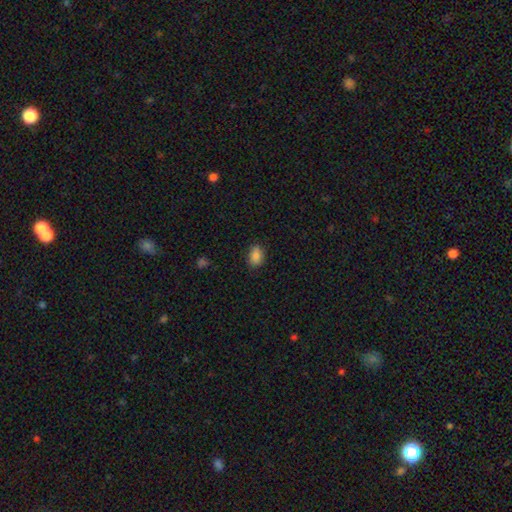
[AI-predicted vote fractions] Morphology: type=smooth (87%); roundness=in between (83%); merging=none (83%).